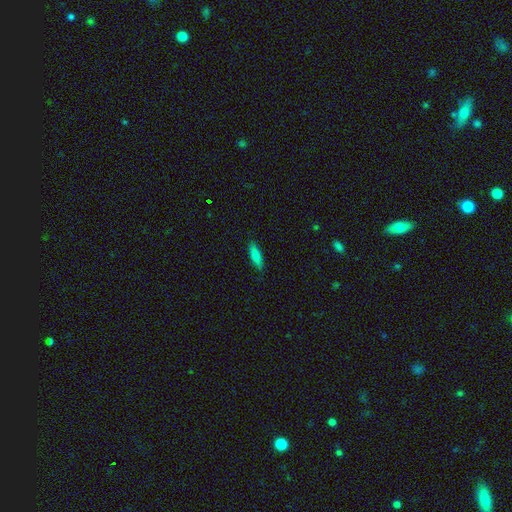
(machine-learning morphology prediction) The model was most divided on "how rounded": cigar-shaped: 58%, in between: 40%, round: 2%. More confident: merging — none (87%); smooth or featured — smooth (78%).